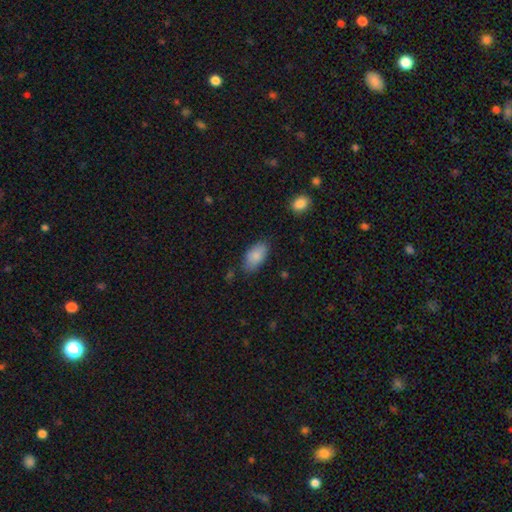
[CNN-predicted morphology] Q: Smooth or featured?
A: smooth (85%); runner-up: featured or disk (8%)
Q: How rounded?
A: in between (93%); runner-up: round (4%)
Q: Merging?
A: none (75%); runner-up: minor disturbance (19%)